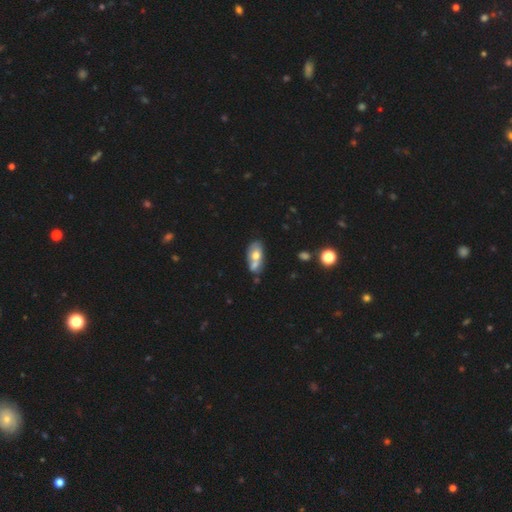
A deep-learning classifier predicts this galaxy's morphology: The model was most divided on "smooth or featured": smooth: 55%, featured or disk: 36%, star or artifact: 8%. Remaining: how rounded — in between (86%); merging — merger (50%).